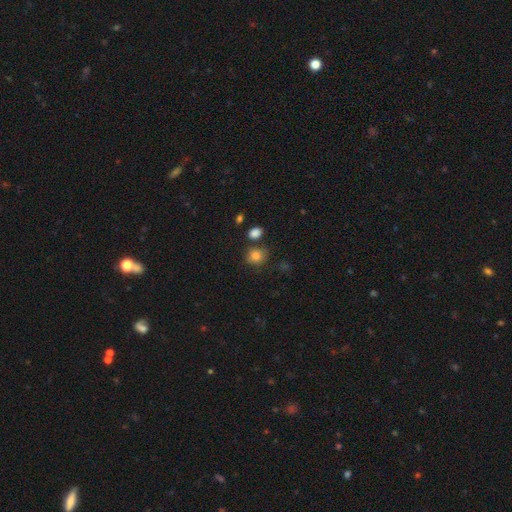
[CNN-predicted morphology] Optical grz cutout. It shows a smooth galaxy with no disk features (82%) that is round (68%). Merging: none (70%).